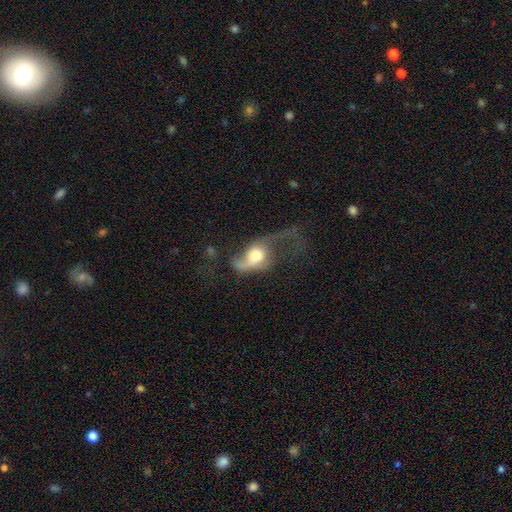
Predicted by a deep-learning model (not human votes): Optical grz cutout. It shows a featured or disk galaxy (62%) with no bar (72%), spiral arms (78%) and a moderate central bulge (59%). Merging: major disturbance (55%).